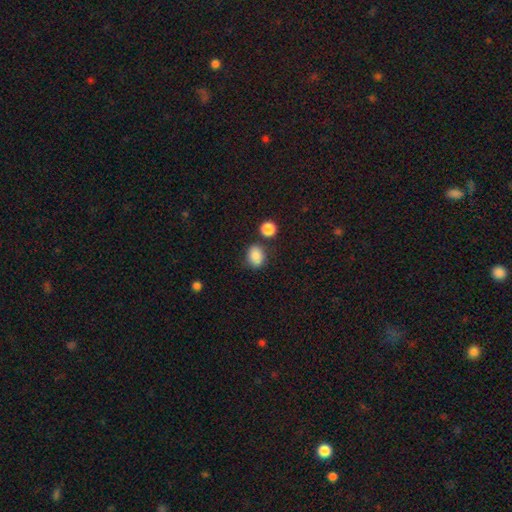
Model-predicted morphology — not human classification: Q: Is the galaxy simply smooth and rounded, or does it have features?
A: smooth — 87%.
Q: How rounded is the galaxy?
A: in between — 56%.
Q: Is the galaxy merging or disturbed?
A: none — 74%.